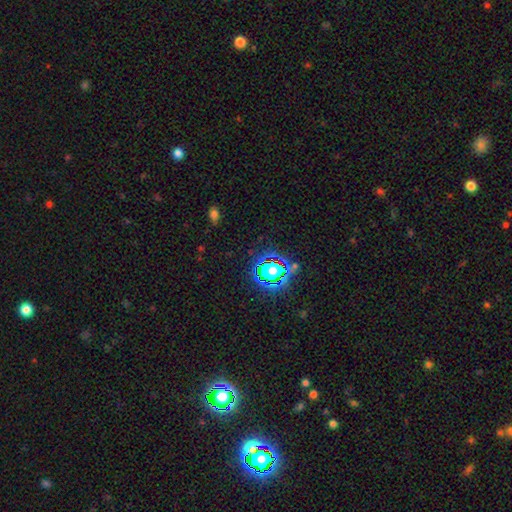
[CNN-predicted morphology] A star or artifact, not a galaxy (76%).

Vote fractions:
- Smooth or featured? star or artifact: 76% / smooth: 15% / featured or disk: 9%